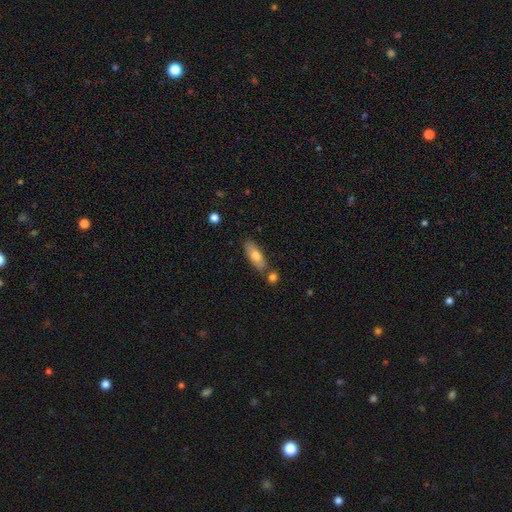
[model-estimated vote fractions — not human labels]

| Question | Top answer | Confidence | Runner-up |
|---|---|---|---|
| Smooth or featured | smooth | 72% | featured or disk (22%) |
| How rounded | in between | 73% | cigar-shaped (25%) |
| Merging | none | 72% | minor disturbance (13%) |